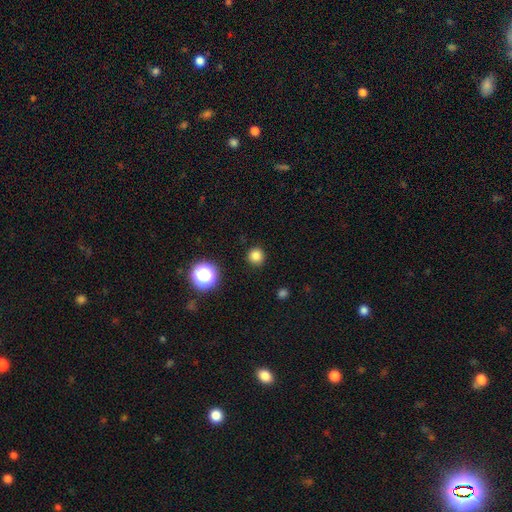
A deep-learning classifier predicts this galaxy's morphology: smooth-or-featured: smooth: 81% | star or artifact: 15% | featured or disk: 4%
  how-rounded: round: 95% | in between: 4% | cigar-shaped: 1%
  merging: none: 91% | minor disturbance: 6% | major disturbance: 2% | merger: 1%